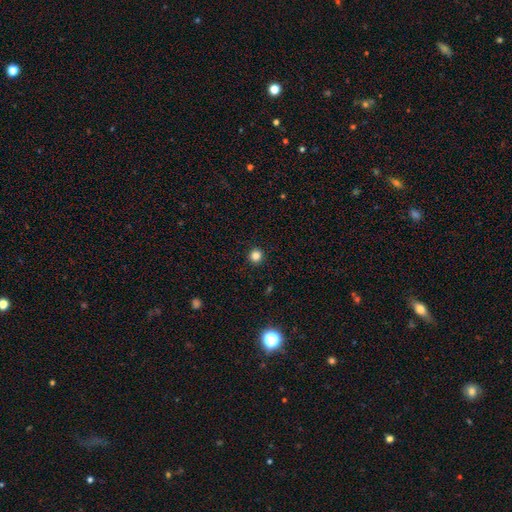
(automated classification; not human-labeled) Overall: smooth (84%). How rounded: round (94%). Merging: none (93%).